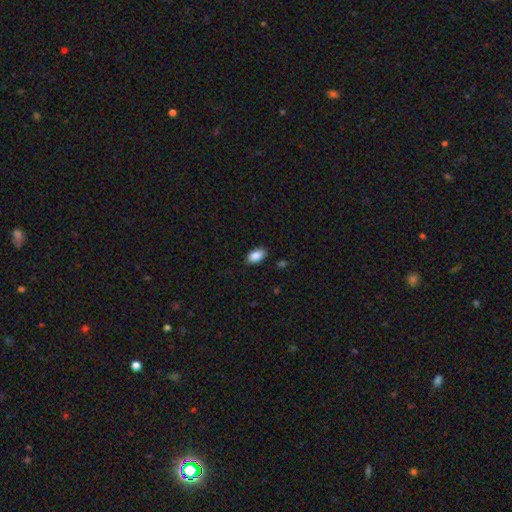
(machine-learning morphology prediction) Overall: smooth (88%). How rounded: in between (93%). Merging: none (86%).